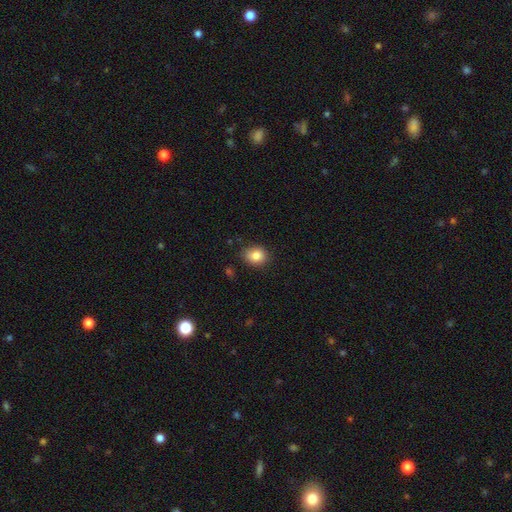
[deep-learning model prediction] This appears to be a smooth galaxy with no disk features (84%) that is round (58%). Merging: none (83%).